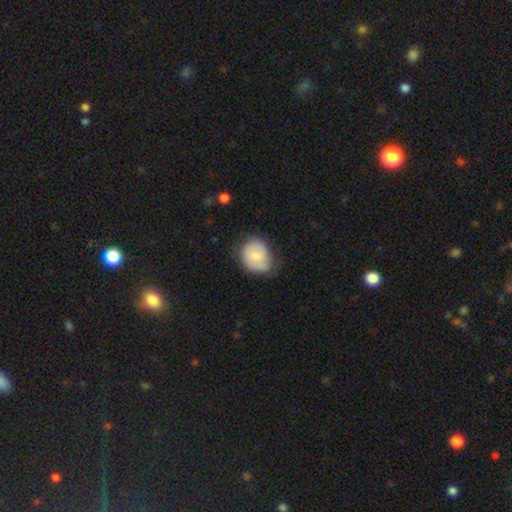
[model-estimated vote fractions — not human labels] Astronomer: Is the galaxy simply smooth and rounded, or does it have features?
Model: smooth — 72%.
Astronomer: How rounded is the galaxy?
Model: round — 57% (runner-up: in between, 42%).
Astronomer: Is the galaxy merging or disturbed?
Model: none — 53% (runner-up: minor disturbance, 35%).